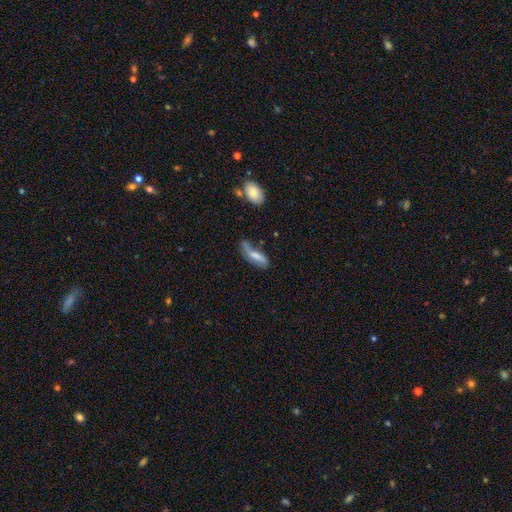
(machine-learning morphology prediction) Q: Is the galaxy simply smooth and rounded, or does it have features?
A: smooth — 56%.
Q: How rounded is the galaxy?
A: in between — 53%.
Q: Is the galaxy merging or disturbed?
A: none — 40%.